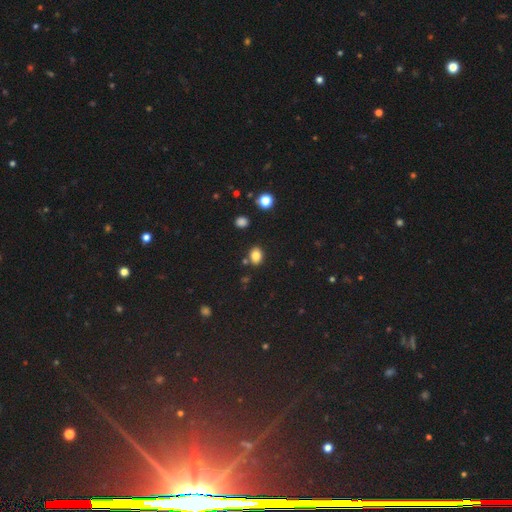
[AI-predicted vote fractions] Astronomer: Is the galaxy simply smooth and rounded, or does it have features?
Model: smooth — 82%.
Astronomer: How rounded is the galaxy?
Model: in between — 64%.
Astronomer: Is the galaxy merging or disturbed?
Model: none — 79%.